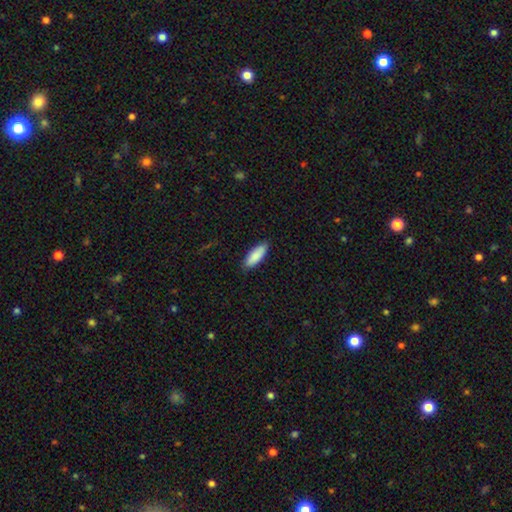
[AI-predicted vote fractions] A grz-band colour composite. It shows a smooth galaxy with no disk features (87%) that is in between round and cigar-shaped (64%). Merging: none (86%).